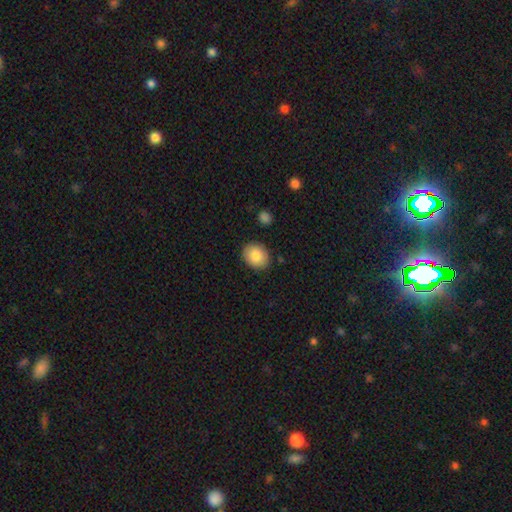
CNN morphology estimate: smooth-or-featured: smooth: 85% | featured or disk: 8% | star or artifact: 7%
  how-rounded: round: 54% | in between: 45% | cigar-shaped: 1%
  merging: none: 86% | minor disturbance: 10% | major disturbance: 2% | merger: 2%